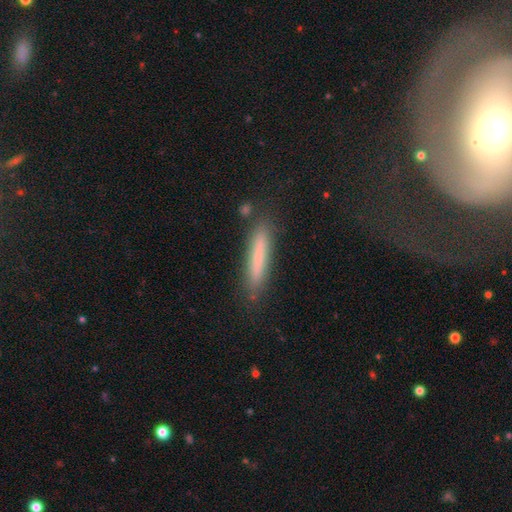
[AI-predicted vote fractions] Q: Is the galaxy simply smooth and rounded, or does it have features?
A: smooth — 67%.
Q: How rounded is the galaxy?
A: cigar-shaped — 92%.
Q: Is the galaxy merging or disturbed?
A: none — 79%.